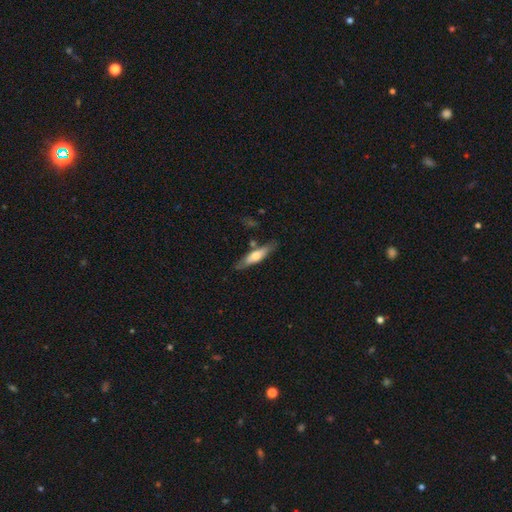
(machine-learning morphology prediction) Smooth or featured? Predicted: smooth (p=0.53). How rounded? Predicted: cigar-shaped (p=0.69). Merging? Predicted: none (p=0.76).